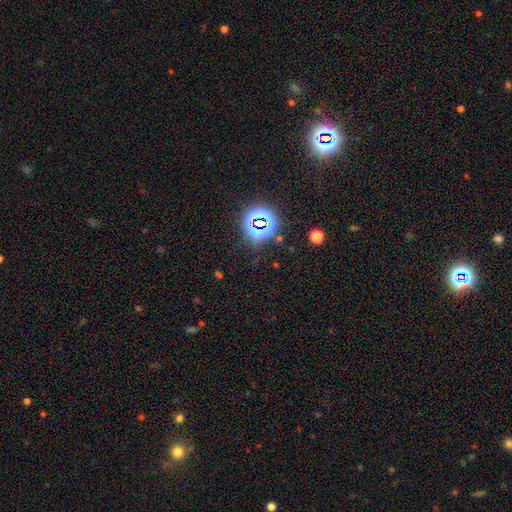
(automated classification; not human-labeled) Smooth or featured: star or artifact — 79% (smooth — 13%)